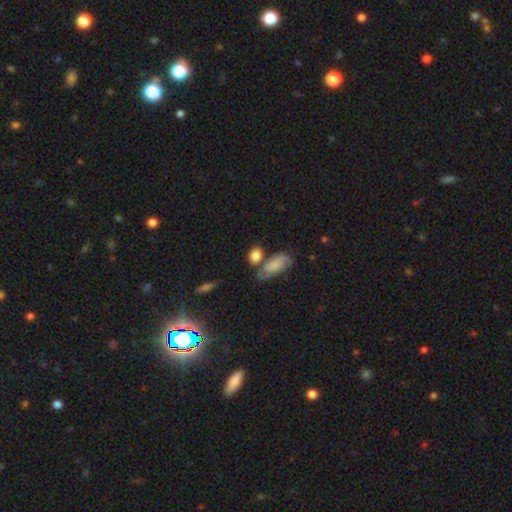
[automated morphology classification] smooth 78%, featured or disk 14%, star or artifact 9%. Down the decision tree: how rounded — in between (66%); merging — none (52%).